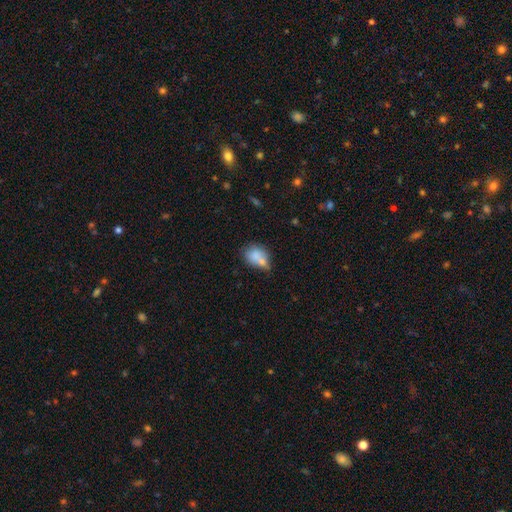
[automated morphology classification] smooth-or-featured: smooth: 77% | featured or disk: 14% | star or artifact: 9%
  how-rounded: in between: 63% | round: 35% | cigar-shaped: 2%
  merging: merger: 36% | none: 35% | minor disturbance: 21% | major disturbance: 8%